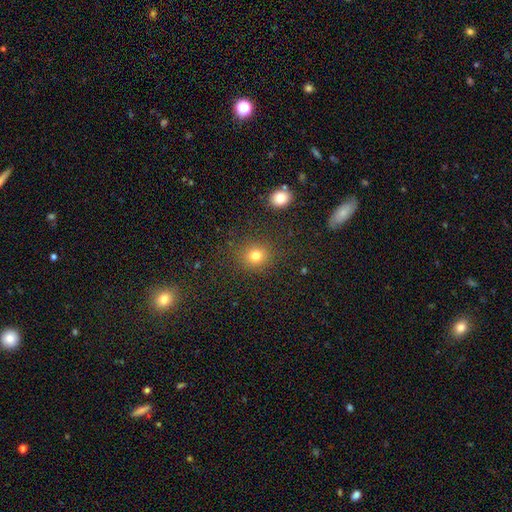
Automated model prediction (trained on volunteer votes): Smooth or featured? Predicted: smooth (p=0.79). How rounded? Predicted: round (p=0.85). Merging? Predicted: none (p=0.87).